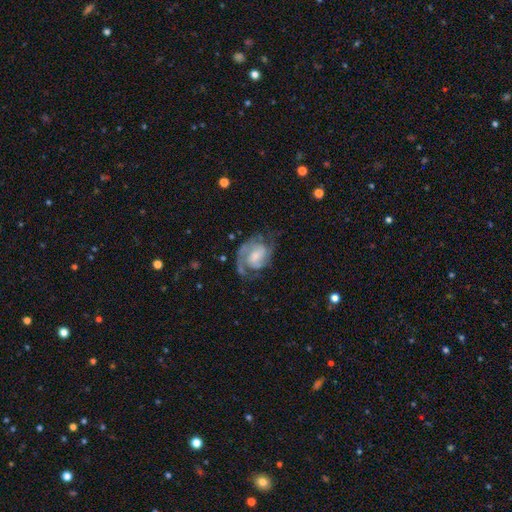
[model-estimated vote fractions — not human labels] Smooth or featured? Predicted: featured or disk (p=0.84). Edge-on disk? Predicted: no (p=0.98). Bar? Predicted: weak (p=0.46). Spiral arms? Predicted: yes (p=0.96). Spiral winding? Predicted: medium (p=0.47). Spiral arm count? Predicted: 2 (p=0.69). Bulge size? Predicted: small (p=0.41). Merging? Predicted: none (p=0.61).